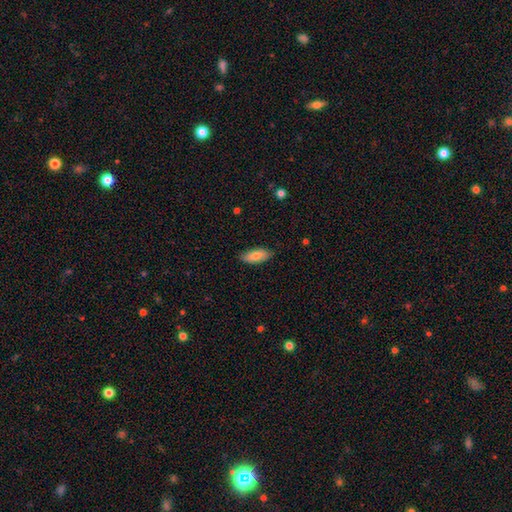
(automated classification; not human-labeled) The model was most divided on "how rounded": in between: 79%, cigar-shaped: 19%, round: 2%. More confident: merging — none (85%); smooth or featured — smooth (79%).